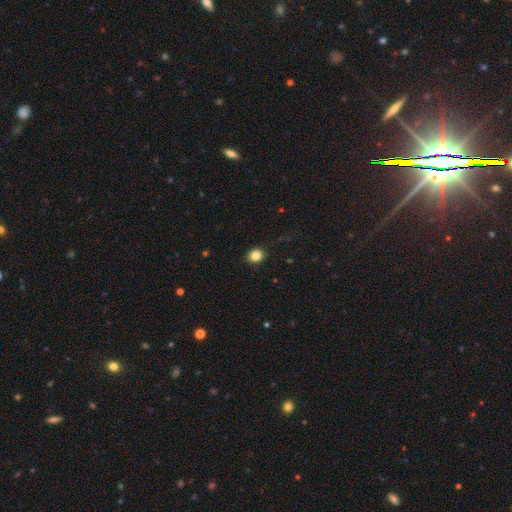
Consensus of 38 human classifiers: smooth 87%, star or artifact 11%, featured or disk 3%. Down the decision tree: how rounded — round (58%); merging — none (88%).